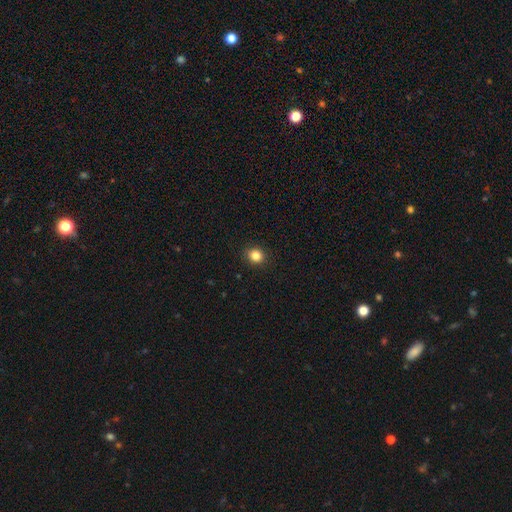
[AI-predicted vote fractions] Morphology: type=smooth (84%); roundness=round (82%); merging=none (92%).